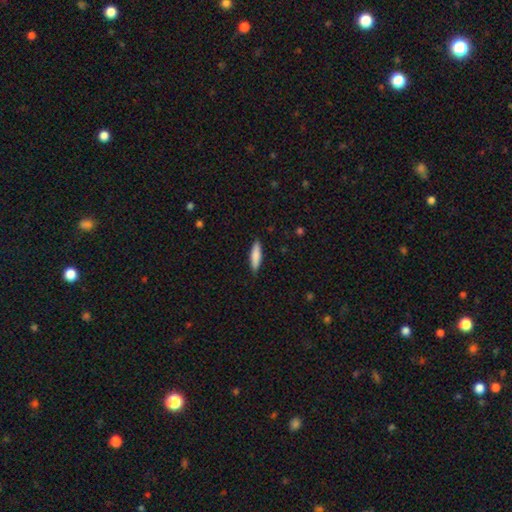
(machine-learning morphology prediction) Smooth or featured? smooth (83%)
How rounded? cigar-shaped (75%)
Merging? none (89%)